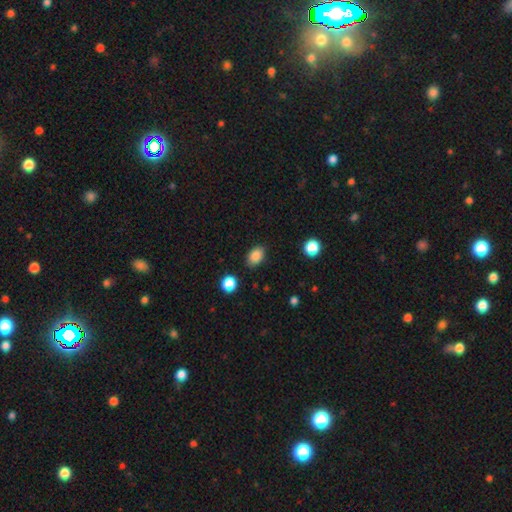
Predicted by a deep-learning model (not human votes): Morphology: type=smooth (86%); roundness=in between (83%); merging=none (86%).